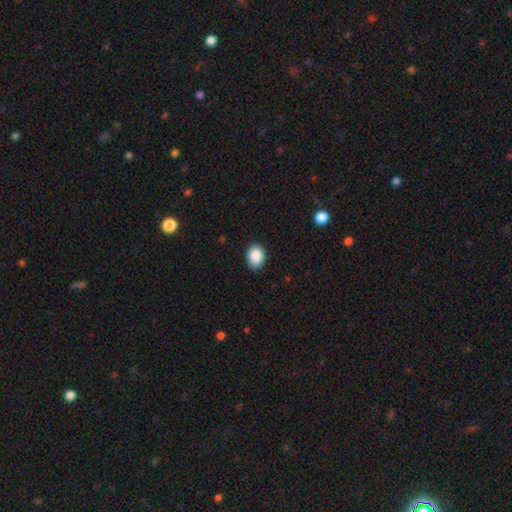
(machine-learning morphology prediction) smooth_or_featured: smooth (p=0.89) [alt: star or artifact p=0.07]
how_rounded: in between (p=0.70) [alt: round p=0.29]
merging: none (p=0.88) [alt: minor disturbance p=0.09]